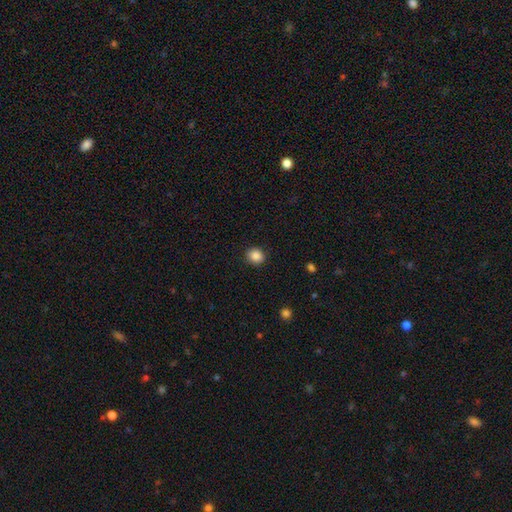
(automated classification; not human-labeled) Smooth or featured? Predicted: smooth (p=0.87). How rounded? Predicted: round (p=0.77). Merging? Predicted: none (p=0.90).